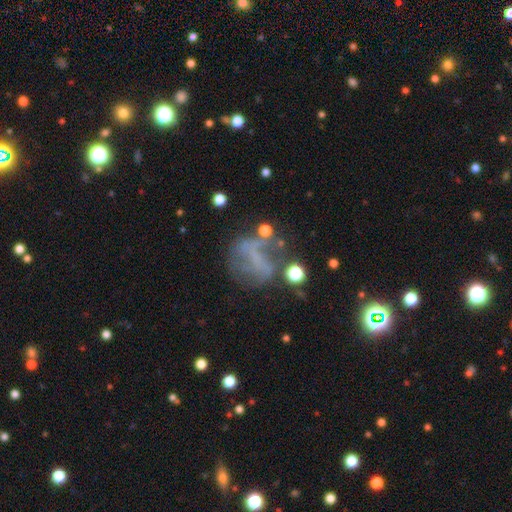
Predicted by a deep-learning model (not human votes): Smooth or featured: featured or disk — 45% (smooth — 29%)
Merging: none — 43% (major disturbance — 29%)